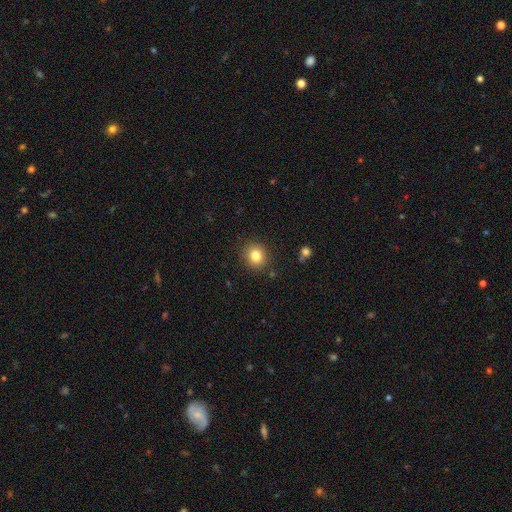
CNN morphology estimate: The model was most divided on "smooth or featured": smooth: 82%, star or artifact: 11%, featured or disk: 7%. More confident: merging — none (89%); how rounded — round (85%).